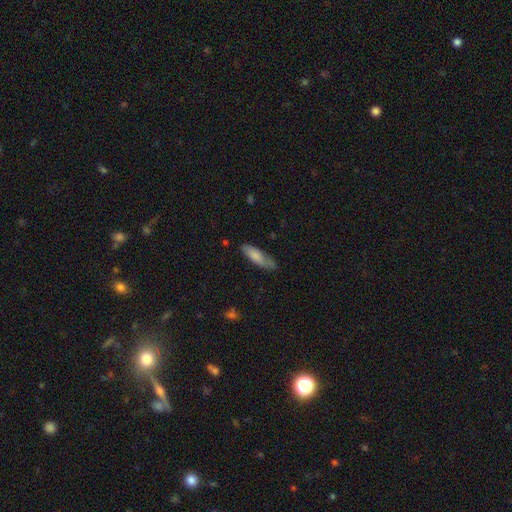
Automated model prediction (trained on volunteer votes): Smooth or featured? Predicted: smooth (p=0.77). How rounded? Predicted: cigar-shaped (p=0.56). Merging? Predicted: none (p=0.68).